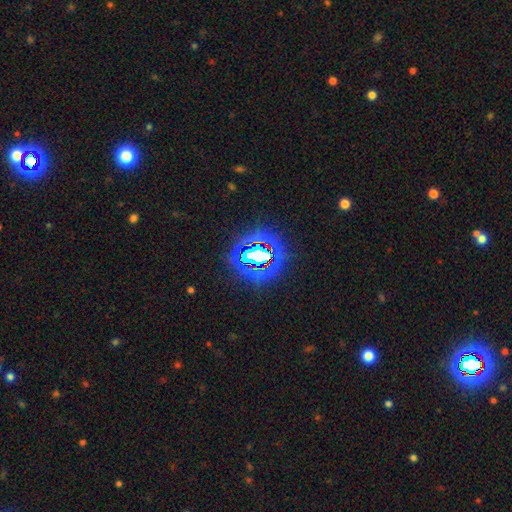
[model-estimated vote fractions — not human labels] smooth_or_featured: star or artifact (p=0.77) [alt: smooth p=0.13]